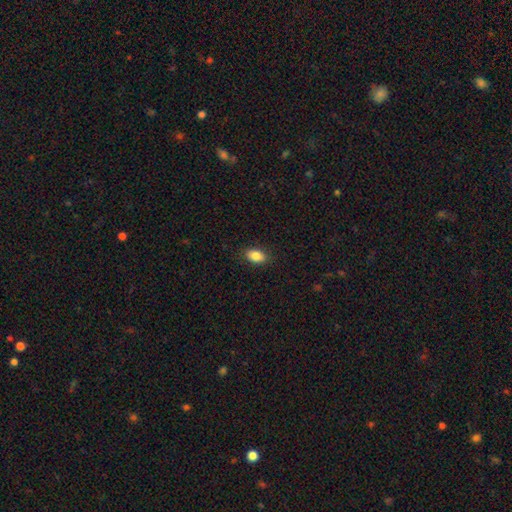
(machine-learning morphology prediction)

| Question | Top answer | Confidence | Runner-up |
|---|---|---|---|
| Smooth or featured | smooth | 86% | star or artifact (8%) |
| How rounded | in between | 88% | round (10%) |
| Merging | none | 87% | minor disturbance (9%) |